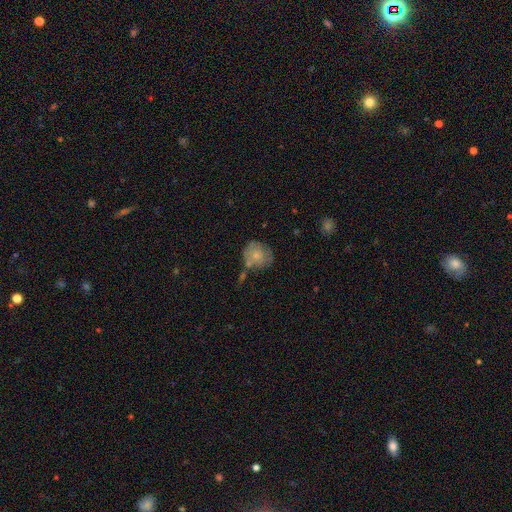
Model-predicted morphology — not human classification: Smooth or featured? Predicted: smooth (p=0.69). How rounded? Predicted: round (p=0.79). Merging? Predicted: none (p=0.52).